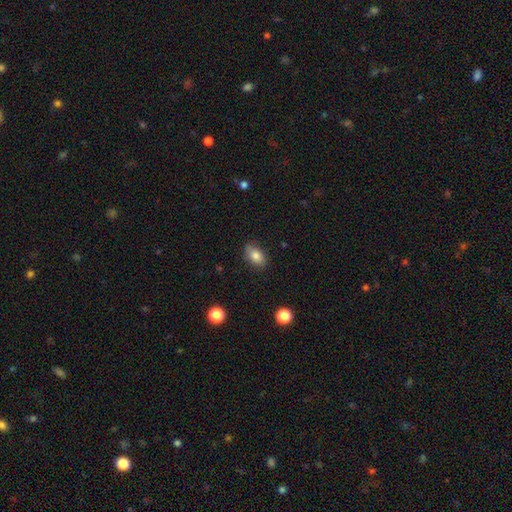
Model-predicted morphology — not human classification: Smooth or featured?
  - smooth: 82% *
  - featured or disk: 10%
  - star or artifact: 9%
How rounded?
  - in between: 85% *
  - round: 12%
  - cigar-shaped: 3%
Merging?
  - none: 79% *
  - minor disturbance: 17%
  - major disturbance: 3%
  - merger: 2%